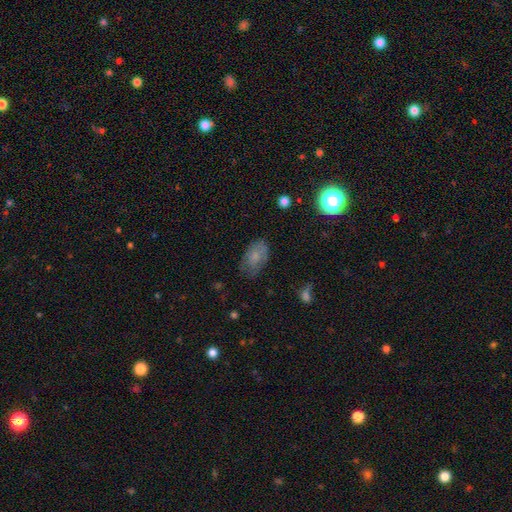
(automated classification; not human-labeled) A smooth galaxy with no disk features (67%) that is in between round and cigar-shaped (89%). Merging: none (65%).